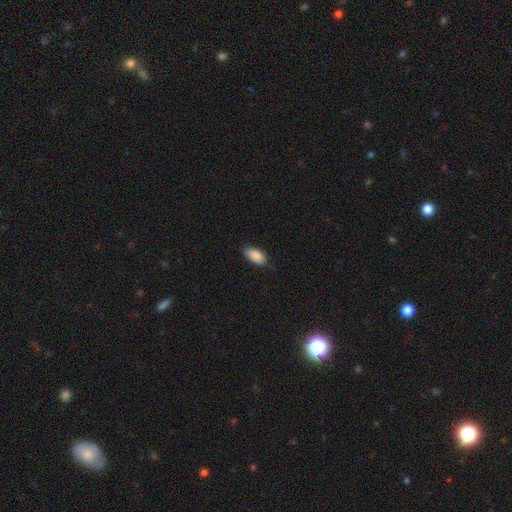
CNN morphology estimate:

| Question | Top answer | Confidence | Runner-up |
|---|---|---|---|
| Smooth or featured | smooth | 89% | star or artifact (7%) |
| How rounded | in between | 93% | cigar-shaped (5%) |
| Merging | none | 80% | minor disturbance (16%) |